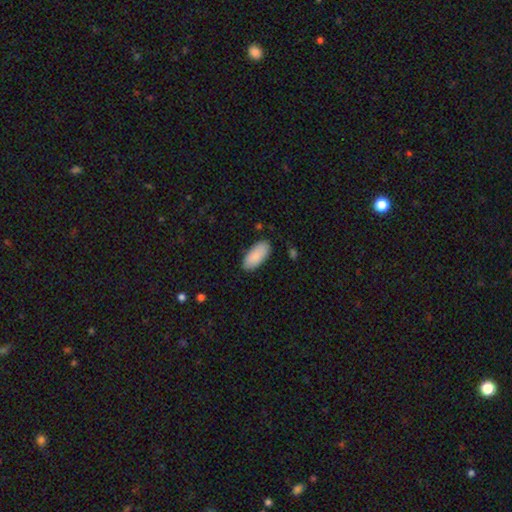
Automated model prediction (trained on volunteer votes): A smooth galaxy with no disk features (88%) that is in between round and cigar-shaped (92%).

Vote fractions:
- Smooth or featured? smooth: 88% / featured or disk: 6% / star or artifact: 6%
- How rounded? in between: 92% / cigar-shaped: 6% / round: 2%
- Merging? none: 83% / minor disturbance: 13% / major disturbance: 2% / merger: 1%